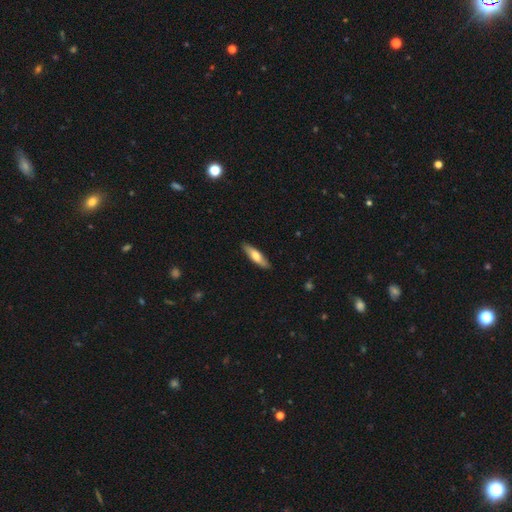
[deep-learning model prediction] Q: Smooth or featured?
A: smooth (62%); runner-up: featured or disk (32%)
Q: How rounded?
A: cigar-shaped (68%); runner-up: in between (30%)
Q: Merging?
A: none (88%); runner-up: minor disturbance (9%)